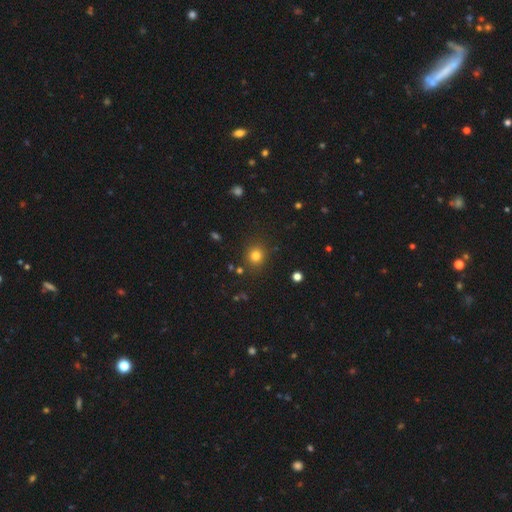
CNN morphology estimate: The model was most divided on "smooth or featured": smooth: 79%, star or artifact: 15%, featured or disk: 6%. More confident: merging — none (87%); how rounded — round (86%).